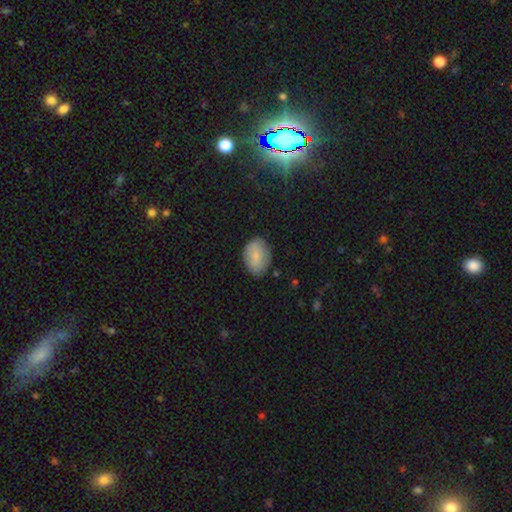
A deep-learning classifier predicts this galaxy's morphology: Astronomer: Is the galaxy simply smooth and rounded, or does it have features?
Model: smooth — 81%.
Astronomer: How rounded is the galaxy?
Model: in between — 83%.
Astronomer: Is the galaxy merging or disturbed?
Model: none — 81%.